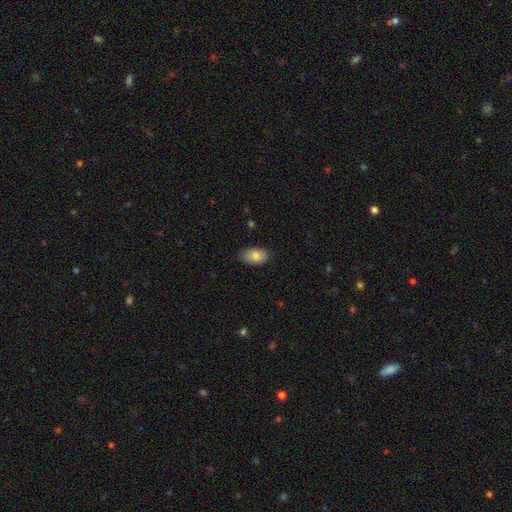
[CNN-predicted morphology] A smooth galaxy with no disk features (82%) that is in between round and cigar-shaped (92%).

Vote fractions:
- Smooth or featured? smooth: 82% / featured or disk: 11% / star or artifact: 7%
- How rounded? in between: 92% / round: 6% / cigar-shaped: 2%
- Merging? none: 80% / minor disturbance: 16% / major disturbance: 2% / merger: 1%